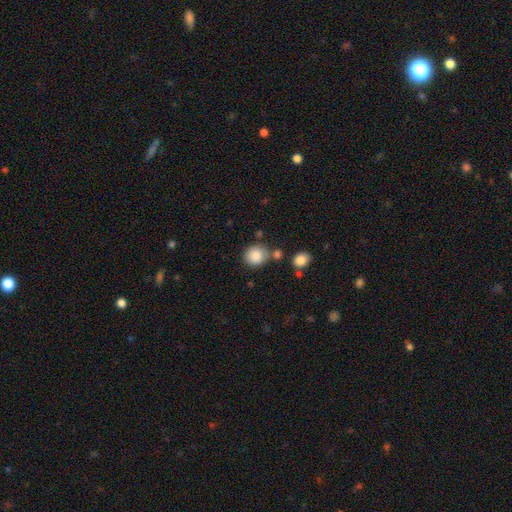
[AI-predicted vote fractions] Morphology: type=smooth (86%); roundness=round (85%); merging=none (73%).